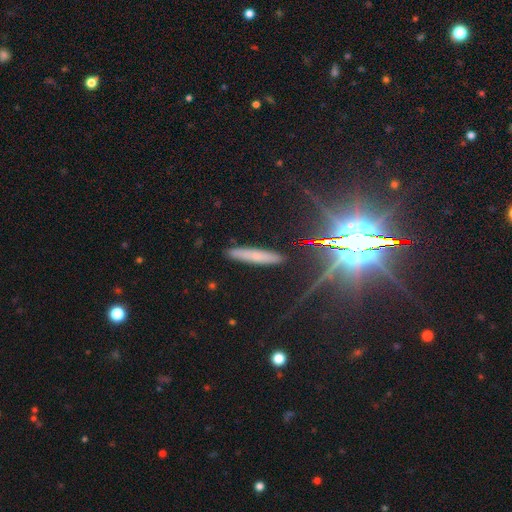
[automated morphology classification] smooth-or-featured: smooth: 52% | featured or disk: 28% | star or artifact: 20%
  how-rounded: cigar-shaped: 91% | in between: 7% | round: 2%
  merging: none: 86% | minor disturbance: 10% | major disturbance: 2% | merger: 1%